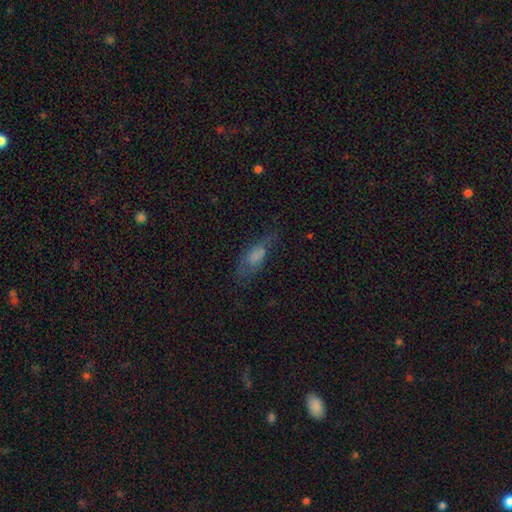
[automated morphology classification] The model was most divided on "merging": none: 49%, minor disturbance: 27%, major disturbance: 19%, merger: 4%. More confident: how rounded — in between (67%); smooth or featured — smooth (61%).